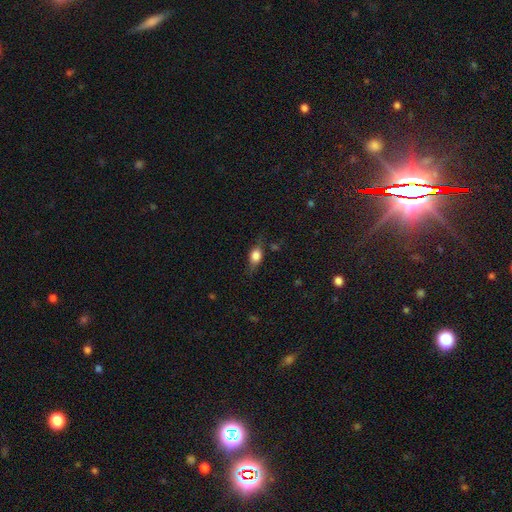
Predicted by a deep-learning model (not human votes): smooth_or_featured: smooth (p=0.61) [alt: featured or disk p=0.29]
how_rounded: in between (p=0.62) [alt: round p=0.27]
merging: none (p=0.70) [alt: minor disturbance p=0.22]